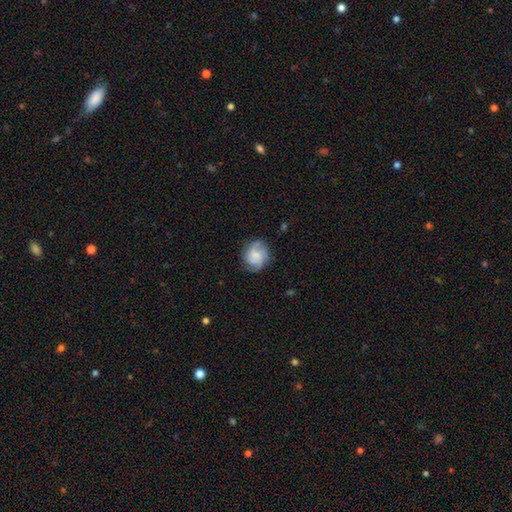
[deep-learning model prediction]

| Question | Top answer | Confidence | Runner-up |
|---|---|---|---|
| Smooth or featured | featured or disk | 54% | smooth (38%) |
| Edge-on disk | no | 98% | yes (2%) |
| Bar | no | 61% | weak (33%) |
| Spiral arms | yes | 88% | no (12%) |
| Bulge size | small | 37% | moderate (34%) |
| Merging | none | 73% | minor disturbance (19%) |